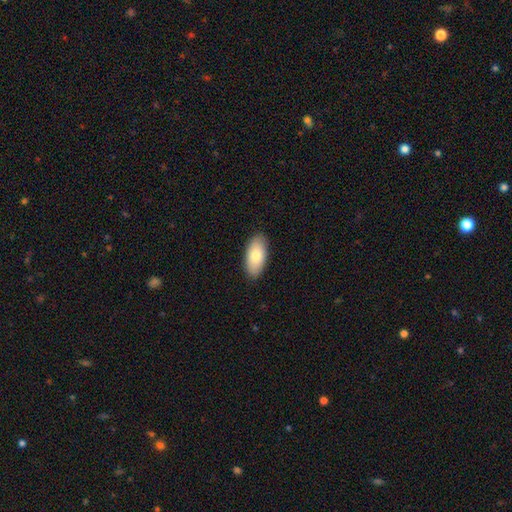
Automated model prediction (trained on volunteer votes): The model was most divided on "smooth or featured": smooth: 80%, featured or disk: 14%, star or artifact: 6%. More confident: how rounded — in between (93%); merging — none (89%).